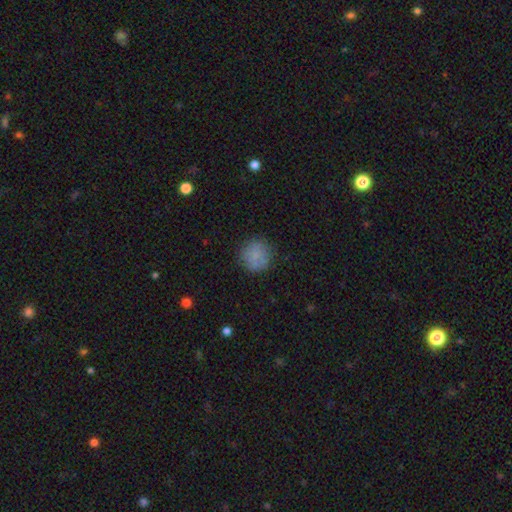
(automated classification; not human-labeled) smooth-or-featured: smooth: 80% | featured or disk: 10% | star or artifact: 9%
  how-rounded: round: 92% | in between: 7% | cigar-shaped: 1%
  merging: none: 81% | minor disturbance: 13% | major disturbance: 4% | merger: 2%